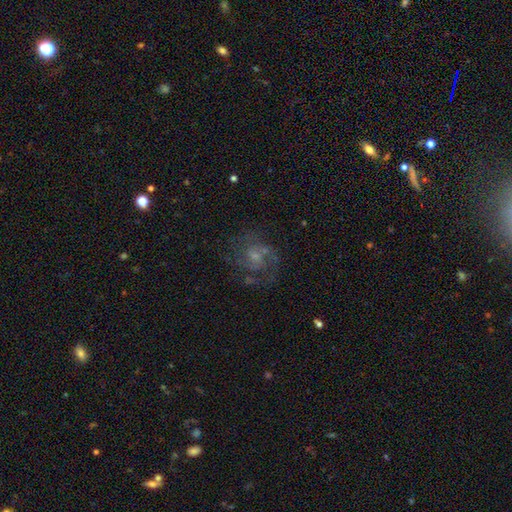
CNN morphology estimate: Smooth or featured? featured or disk (73%)
Edge-on disk? no (98%)
Bar? no (62%)
Spiral arms? yes (87%)
Spiral winding? medium (50%)
Spiral arm count? 2 (46%)
Bulge size? small (56%)
Merging? none (62%)